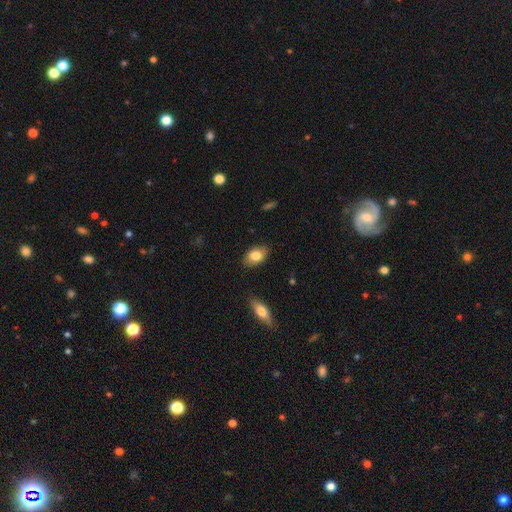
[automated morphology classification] Smooth or featured? smooth (81%)
How rounded? in between (88%)
Merging? none (85%)